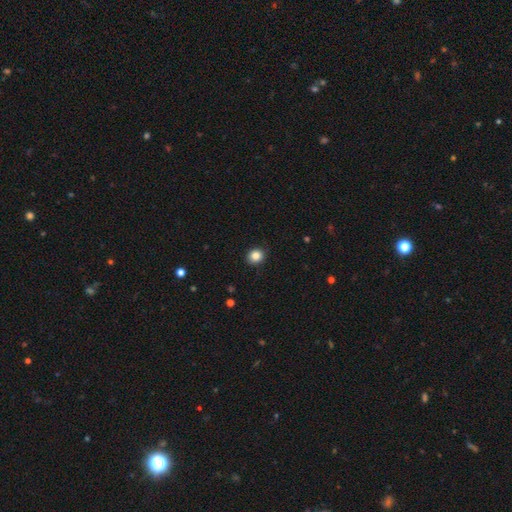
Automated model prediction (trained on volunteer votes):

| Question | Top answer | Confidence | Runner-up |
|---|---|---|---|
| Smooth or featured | smooth | 85% | star or artifact (10%) |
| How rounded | round | 78% | in between (21%) |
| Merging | none | 90% | minor disturbance (8%) |